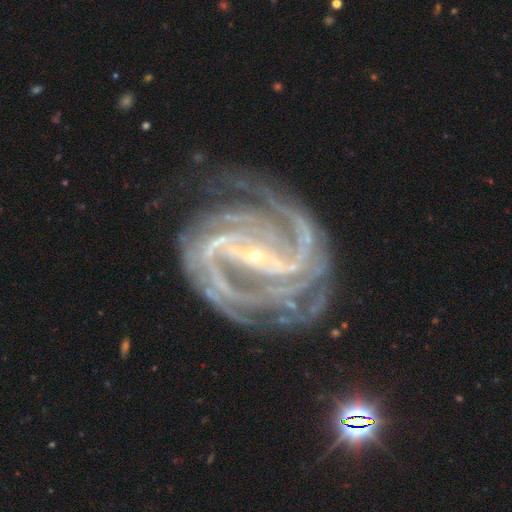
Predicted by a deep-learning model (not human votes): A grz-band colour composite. It shows a featured or disk galaxy (93%) with a strong bar (71%), 2 (27%) tight (58%) spiral arms (99%) and a small central bulge (86%). Merging: none (69%).